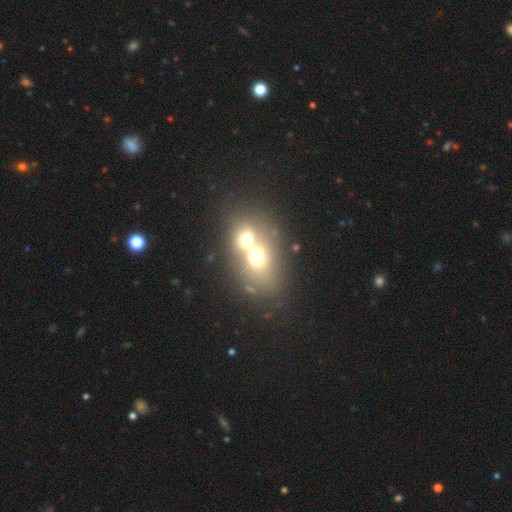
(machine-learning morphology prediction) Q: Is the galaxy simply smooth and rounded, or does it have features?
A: smooth — 60%.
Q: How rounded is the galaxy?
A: in between — 56%.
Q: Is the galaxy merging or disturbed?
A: merger — 74%.